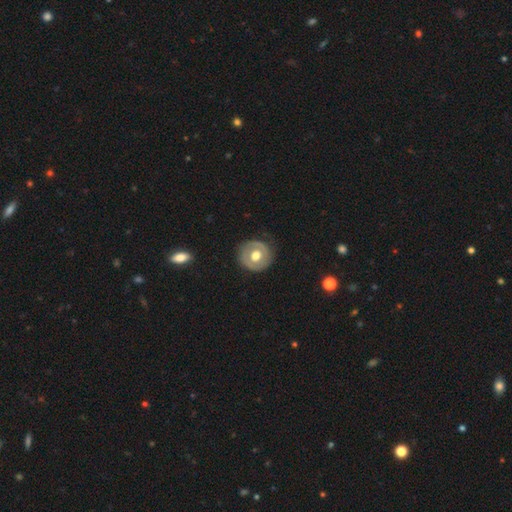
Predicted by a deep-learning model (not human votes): Smooth or featured: featured or disk — 53% (smooth — 41%)
Edge-on disk: no — 96% (yes — 4%)
Bar: no — 77% (weak — 18%)
Spiral arms: no — 71% (yes — 29%)
Bulge size: moderate — 66% (large — 29%)
Merging: none — 84% (minor disturbance — 11%)